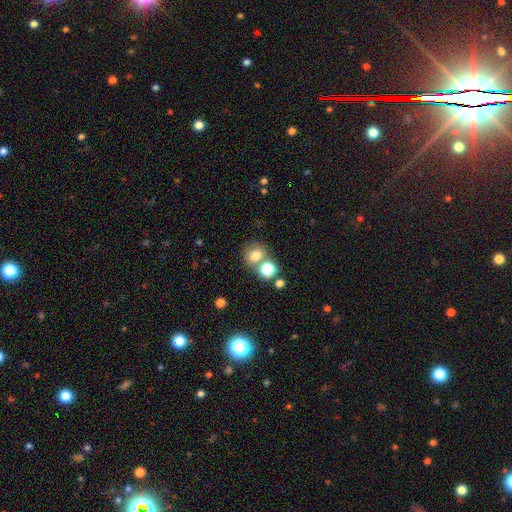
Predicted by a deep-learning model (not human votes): A smooth galaxy with no disk features (74%) that is round (70%). Merging: none (52%).